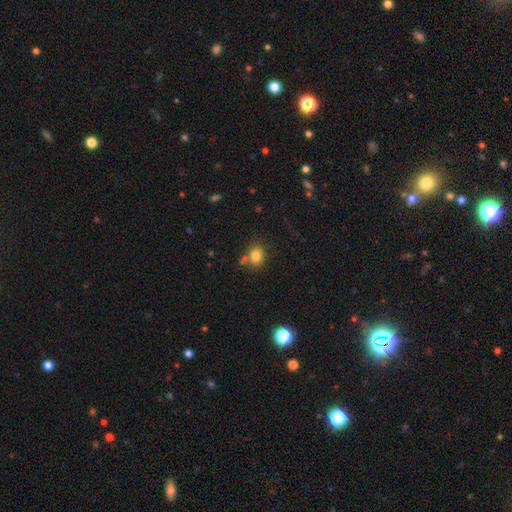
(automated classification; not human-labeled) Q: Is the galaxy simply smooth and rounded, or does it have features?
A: smooth — 81%.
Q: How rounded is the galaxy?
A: in between — 55%.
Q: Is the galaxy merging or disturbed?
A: none — 65%.